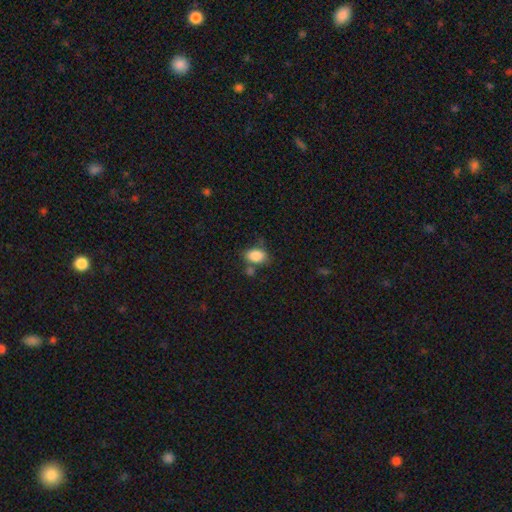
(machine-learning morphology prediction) Q: Smooth or featured?
A: smooth (86%); runner-up: star or artifact (8%)
Q: How rounded?
A: in between (84%); runner-up: round (14%)
Q: Merging?
A: none (63%); runner-up: minor disturbance (17%)